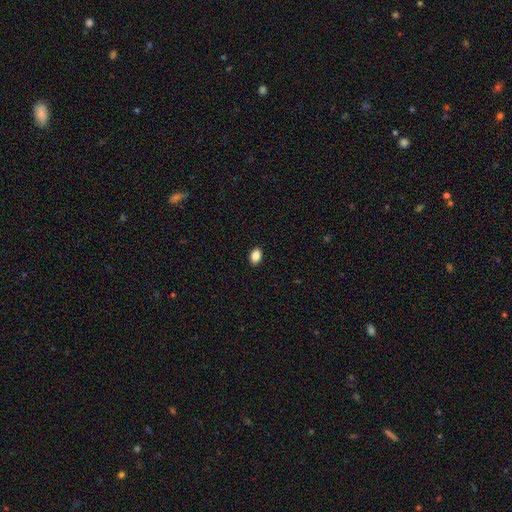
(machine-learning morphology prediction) smooth 87%, star or artifact 9%, featured or disk 4%. Down the decision tree: how rounded — in between (82%); merging — none (90%).